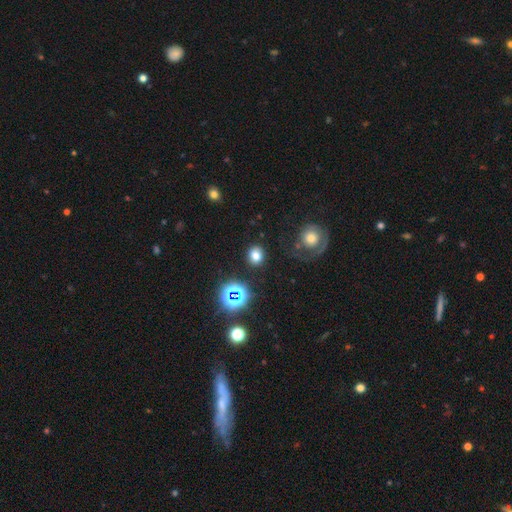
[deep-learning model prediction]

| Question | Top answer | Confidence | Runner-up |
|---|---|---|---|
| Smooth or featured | smooth | 73% | star or artifact (19%) |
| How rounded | round | 65% | in between (34%) |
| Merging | none | 85% | minor disturbance (9%) |